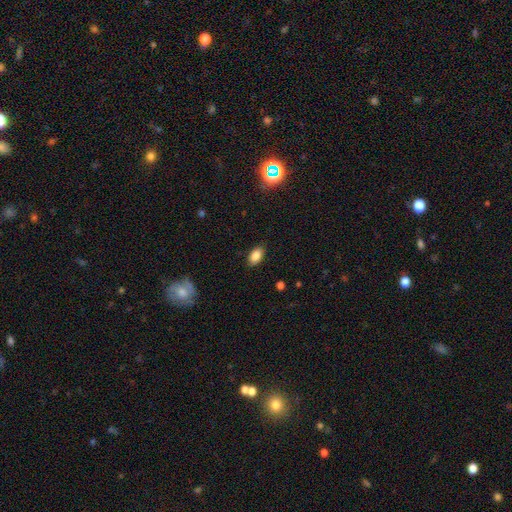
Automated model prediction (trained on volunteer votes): Smooth or featured: smooth — 86% (star or artifact — 8%)
How rounded: in between — 91% (round — 6%)
Merging: none — 87% (minor disturbance — 10%)